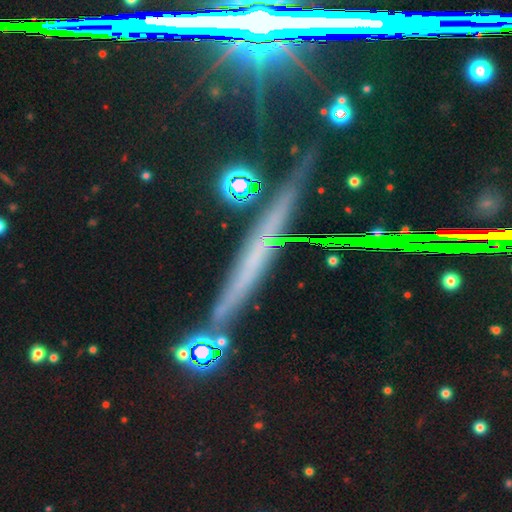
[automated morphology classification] Smooth or featured: featured or disk — 46% (star or artifact — 34%)
Merging: none — 84% (minor disturbance — 10%)